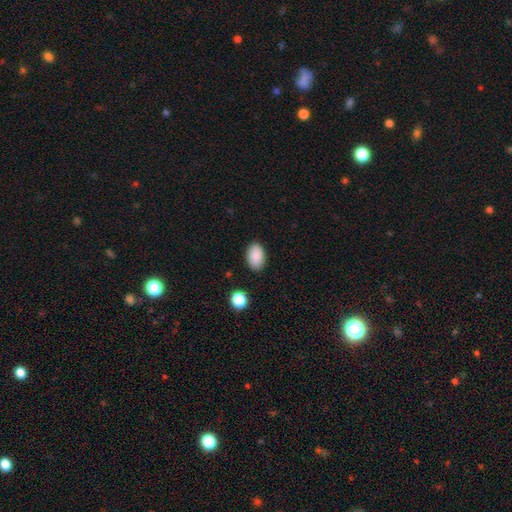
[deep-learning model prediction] This appears to be a smooth galaxy with no disk features (89%) that is in between round and cigar-shaped (89%). Merging: none (87%).